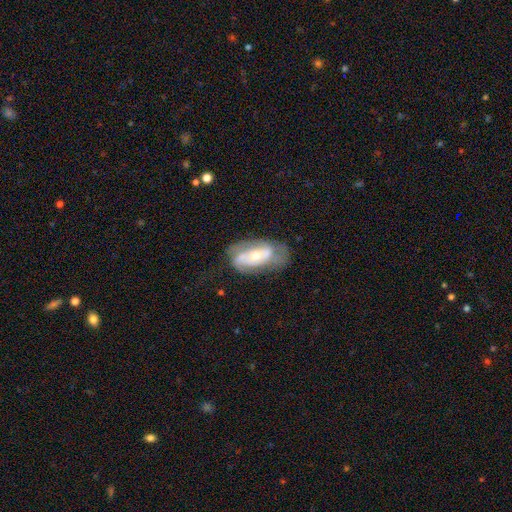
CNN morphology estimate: This is likely a featured or disk galaxy (69%). It is clearly not viewed edge-on (92%). Bar: possibly no (60%). Spiral arm pattern: likely yes (74%). Central bulge: possibly moderate (50%). Merging: possibly none (51%).